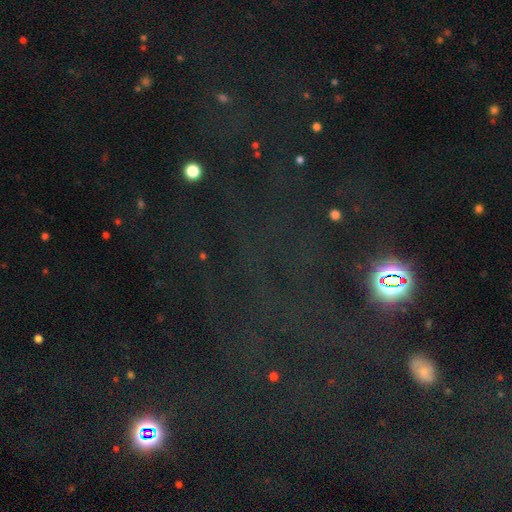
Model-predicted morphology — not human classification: This is likely a star or artifact rather than a galaxy (75%).